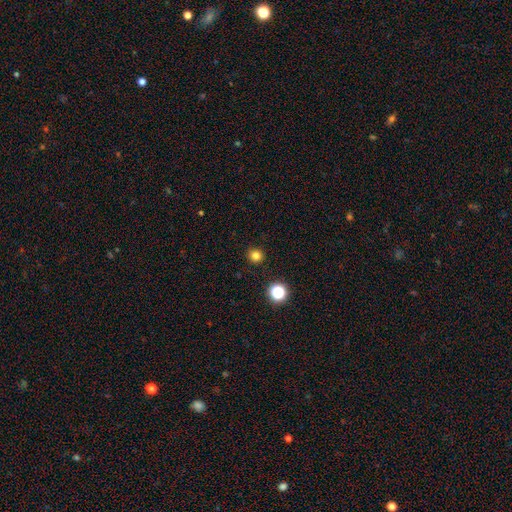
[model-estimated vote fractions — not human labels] Smooth or featured? smooth (81%)
How rounded? round (94%)
Merging? none (92%)